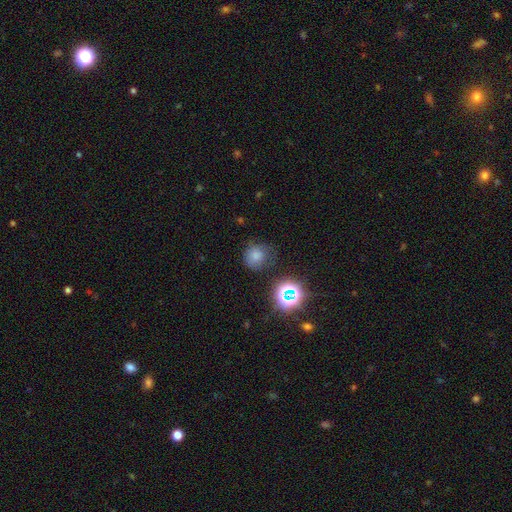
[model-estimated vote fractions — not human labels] Smooth or featured?
  - smooth: 71% *
  - star or artifact: 21%
  - featured or disk: 8%
How rounded?
  - round: 85% *
  - in between: 14%
  - cigar-shaped: 1%
Merging?
  - none: 68% *
  - minor disturbance: 22%
  - major disturbance: 7%
  - merger: 3%